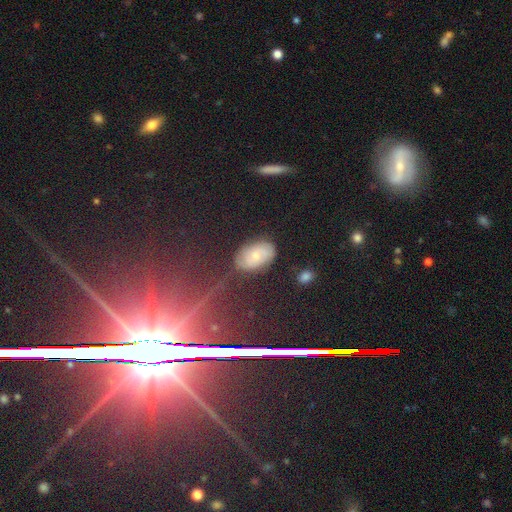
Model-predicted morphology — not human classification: This appears to be a star or artifact, not a galaxy (49%).